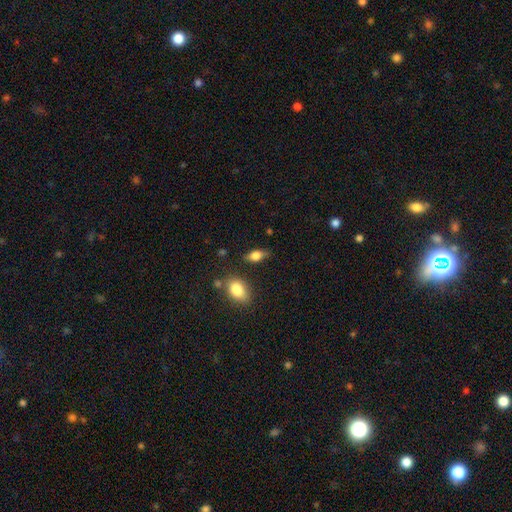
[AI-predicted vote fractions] A smooth galaxy with no disk features (70%) that is in between round and cigar-shaped (81%).

Vote fractions:
- Smooth or featured? smooth: 70% / featured or disk: 21% / star or artifact: 9%
- How rounded? in between: 81% / cigar-shaped: 10% / round: 10%
- Merging? none: 71% / minor disturbance: 20% / major disturbance: 5% / merger: 4%